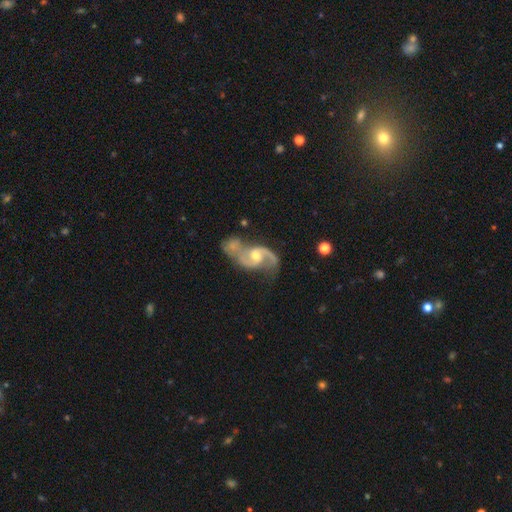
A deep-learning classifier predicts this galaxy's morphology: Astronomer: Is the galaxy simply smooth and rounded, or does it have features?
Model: featured or disk — 89%.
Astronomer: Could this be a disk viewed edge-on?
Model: no — 97%.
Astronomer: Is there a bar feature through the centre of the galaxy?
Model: no — 49% (runner-up: weak, 40%).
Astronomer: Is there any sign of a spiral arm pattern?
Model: yes — 96%.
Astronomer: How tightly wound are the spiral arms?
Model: loose — 47% (runner-up: medium, 43%).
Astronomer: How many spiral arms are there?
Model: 2 — 91%.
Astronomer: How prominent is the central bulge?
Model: moderate — 63%.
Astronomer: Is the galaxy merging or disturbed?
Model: none — 38% (runner-up: merger, 34%).